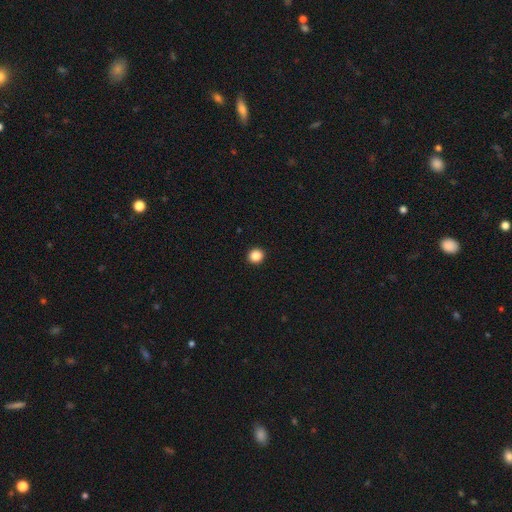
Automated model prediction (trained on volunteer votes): smooth 87%, star or artifact 10%, featured or disk 3%. Down the decision tree: how rounded — round (92%); merging — none (94%).